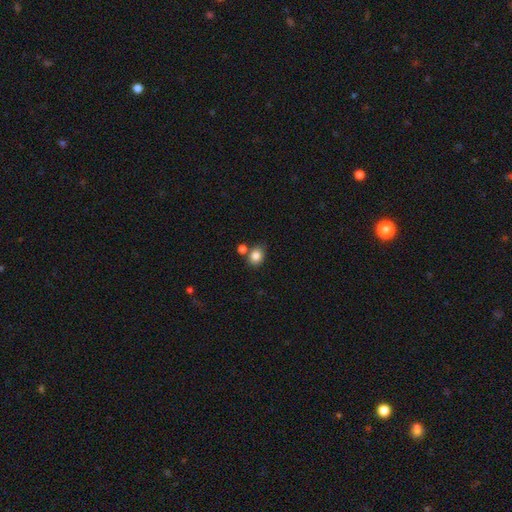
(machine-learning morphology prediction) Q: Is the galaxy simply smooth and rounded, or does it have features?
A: smooth — 84%.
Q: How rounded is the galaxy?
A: round — 57%.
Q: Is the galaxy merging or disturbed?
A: none — 69%.